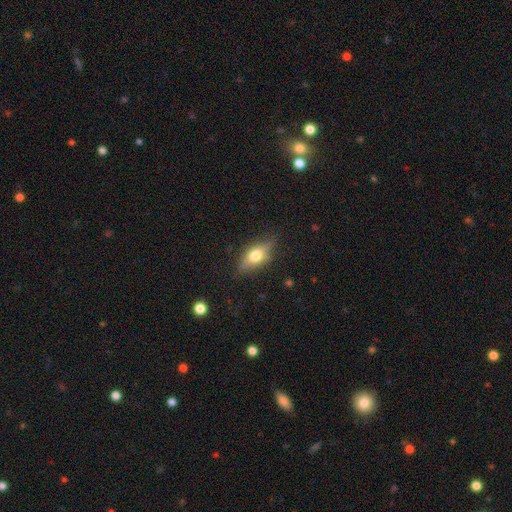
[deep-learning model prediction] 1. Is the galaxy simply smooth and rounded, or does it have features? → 54% smooth, 38% featured or disk, 8% star or artifact.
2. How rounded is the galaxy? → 74% in between, 19% cigar-shaped, 7% round.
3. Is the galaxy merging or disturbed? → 77% none, 17% minor disturbance, 4% major disturbance, 1% merger.